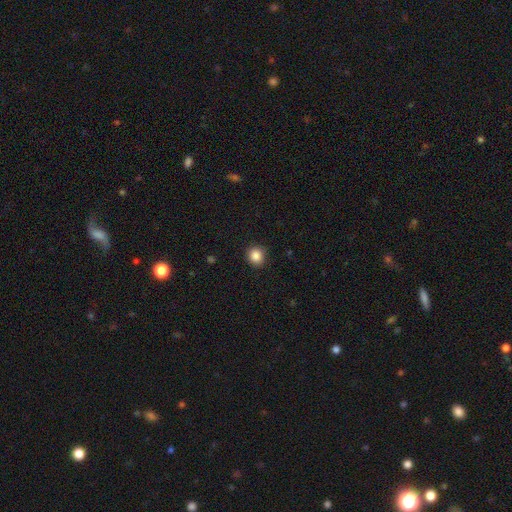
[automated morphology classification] Smooth or featured?
  - smooth: 86% *
  - star or artifact: 10%
  - featured or disk: 4%
How rounded?
  - round: 85% *
  - in between: 14%
  - cigar-shaped: 1%
Merging?
  - none: 90% *
  - minor disturbance: 7%
  - major disturbance: 2%
  - merger: 1%